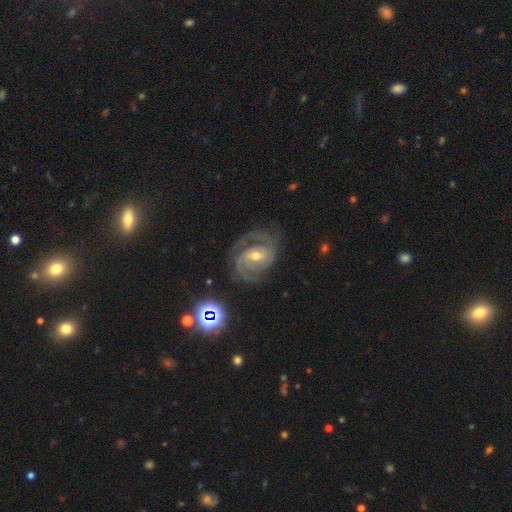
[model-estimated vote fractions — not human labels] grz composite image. It shows a featured or disk galaxy (87%) with a weak bar (44%), 2 (56%) tight (47%) spiral arms (97%) and a moderate central bulge (50%). Merging: none (71%).